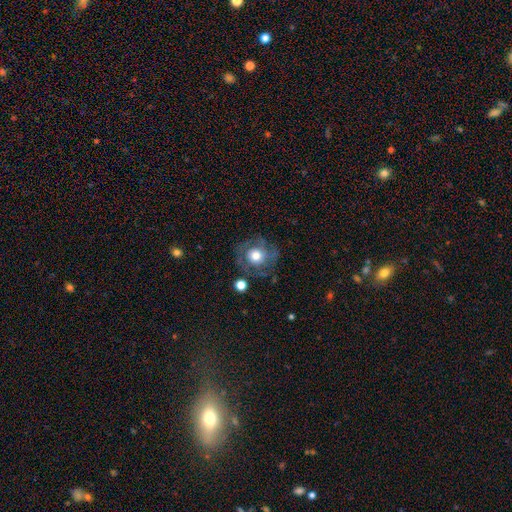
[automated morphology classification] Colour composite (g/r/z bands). It shows a featured or disk galaxy (53%) with no bar (86%), spiral arms (63%) and a moderate central bulge (61%). Merging: none (69%).